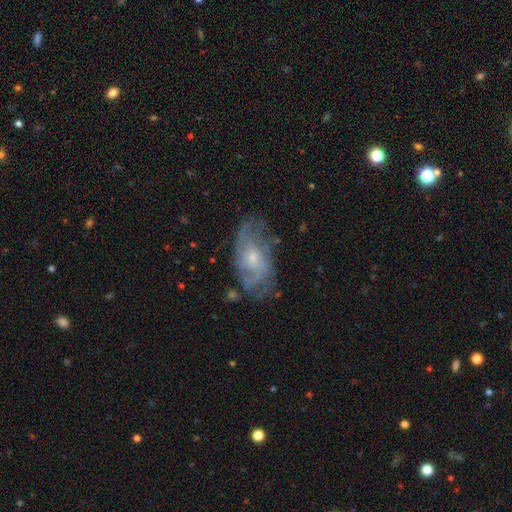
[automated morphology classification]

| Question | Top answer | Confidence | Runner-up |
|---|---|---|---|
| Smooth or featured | featured or disk | 71% | smooth (16%) |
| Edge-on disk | no | 93% | yes (7%) |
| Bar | no | 65% | weak (29%) |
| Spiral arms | yes | 88% | no (12%) |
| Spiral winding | medium | 41% | tied: tight (41%) |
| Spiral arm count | can't tell | 39% | 2 (27%) |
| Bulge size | small | 47% | moderate (46%) |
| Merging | none | 72% | minor disturbance (18%) |